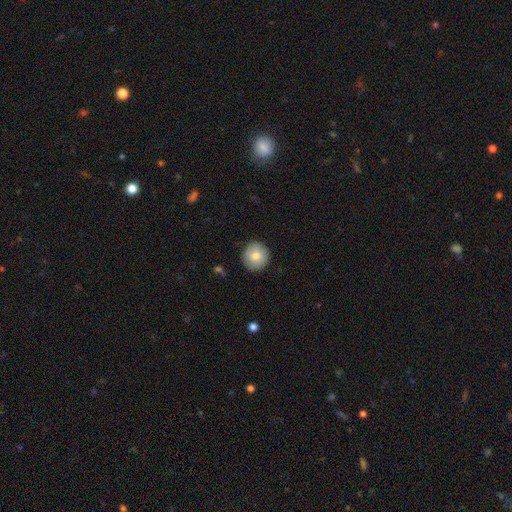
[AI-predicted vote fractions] Smooth or featured? smooth (81%)
How rounded? round (95%)
Merging? none (90%)